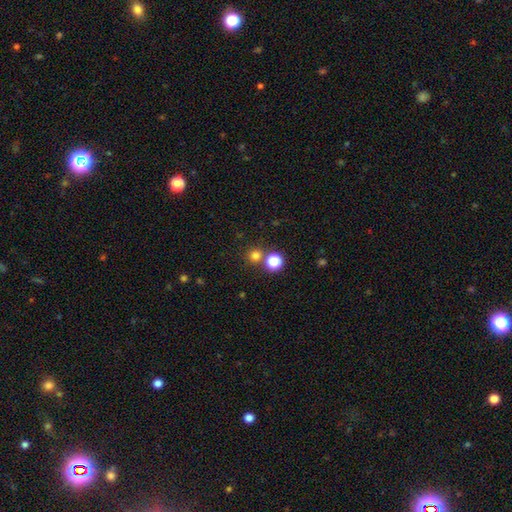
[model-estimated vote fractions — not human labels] Overall: smooth (75%). How rounded: round (93%). Merging: none (74%).